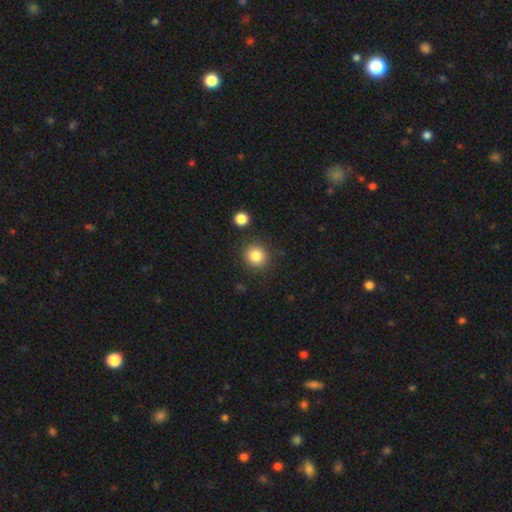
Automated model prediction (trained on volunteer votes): Q: Smooth or featured?
A: smooth (85%); runner-up: star or artifact (10%)
Q: How rounded?
A: round (89%); runner-up: in between (10%)
Q: Merging?
A: none (86%); runner-up: minor disturbance (8%)